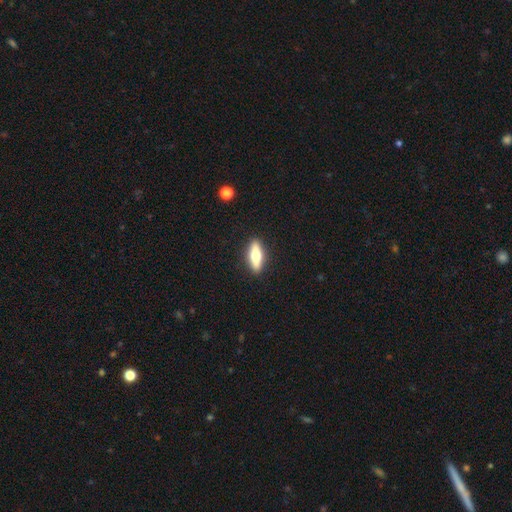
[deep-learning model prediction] Overall: smooth (53%; featured or disk 41%). How rounded: cigar-shaped (51%; in between 46%). Merging: none (90%).